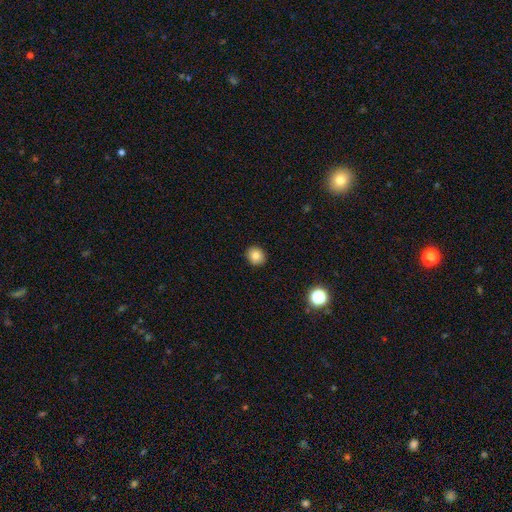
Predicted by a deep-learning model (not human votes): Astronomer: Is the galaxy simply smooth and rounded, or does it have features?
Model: smooth — 82%.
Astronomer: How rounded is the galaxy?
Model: round — 78%.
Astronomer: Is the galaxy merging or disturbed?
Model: none — 91%.